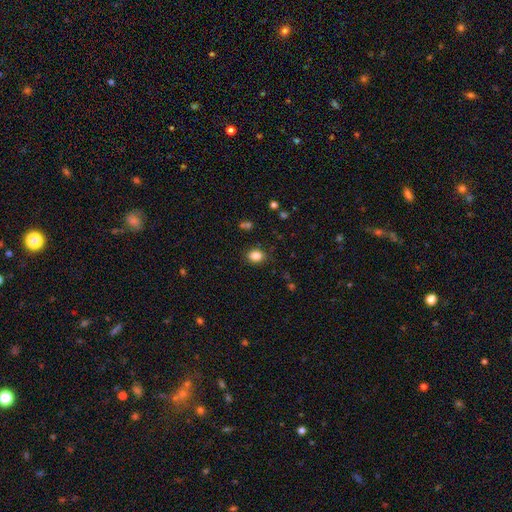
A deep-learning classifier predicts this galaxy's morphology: smooth-or-featured: smooth: 85% | star or artifact: 10% | featured or disk: 5%
  how-rounded: in between: 56% | round: 43% | cigar-shaped: 1%
  merging: none: 86% | minor disturbance: 10% | major disturbance: 3% | merger: 2%